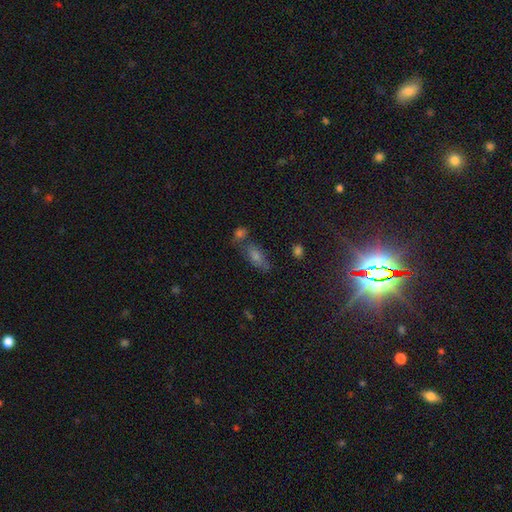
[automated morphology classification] Smooth or featured?
  - star or artifact: 41% *
  - smooth: 39%
  - featured or disk: 20%